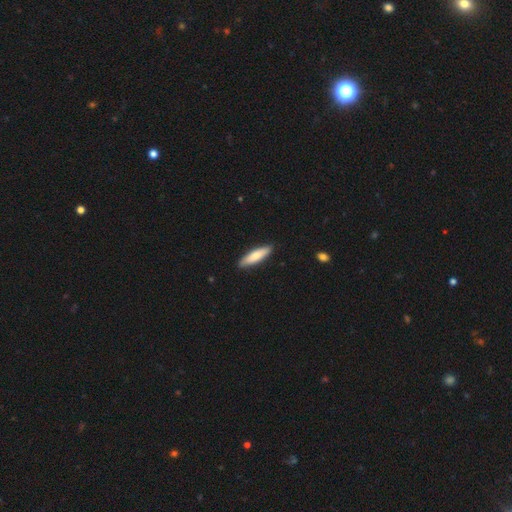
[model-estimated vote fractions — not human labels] A smooth galaxy with no disk features (76%) that is cigar-shaped (70%). Merging: none (90%).